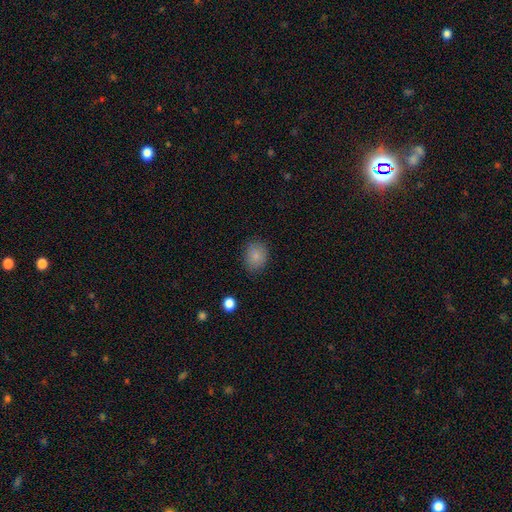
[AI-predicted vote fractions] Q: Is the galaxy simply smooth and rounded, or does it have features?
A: smooth — 82%.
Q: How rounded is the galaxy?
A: round — 52%.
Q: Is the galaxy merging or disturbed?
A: none — 80%.